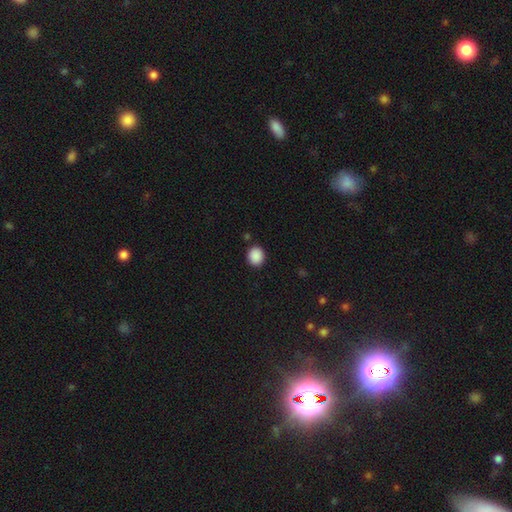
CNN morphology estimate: Smooth or featured: smooth — 89% (star or artifact — 8%)
How rounded: round — 77% (in between — 22%)
Merging: none — 90% (minor disturbance — 7%)